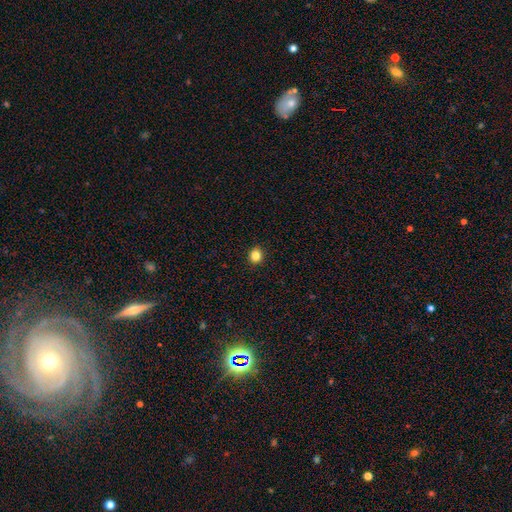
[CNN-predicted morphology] Q: Smooth or featured?
A: smooth (84%); runner-up: star or artifact (12%)
Q: How rounded?
A: round (85%); runner-up: in between (14%)
Q: Merging?
A: none (93%); runner-up: minor disturbance (5%)